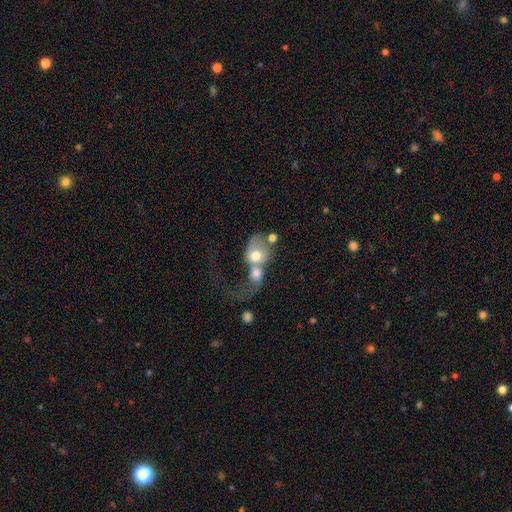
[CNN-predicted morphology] This is possibly a smooth galaxy (60%). How rounded: possibly round (58%). Merging: likely merger (73%).